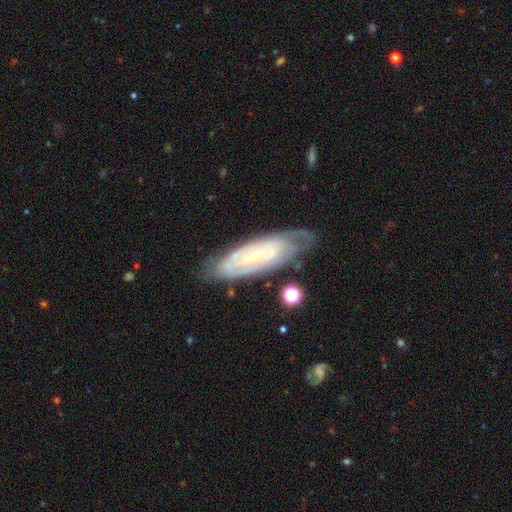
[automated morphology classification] Smooth or featured? featured or disk (80%)
Edge-on disk? no (86%)
Bar? no (49%)
Spiral arms? yes (88%)
Spiral winding? tight (72%)
Spiral arm count? can't tell (50%)
Bulge size? small (72%)
Merging? none (73%)